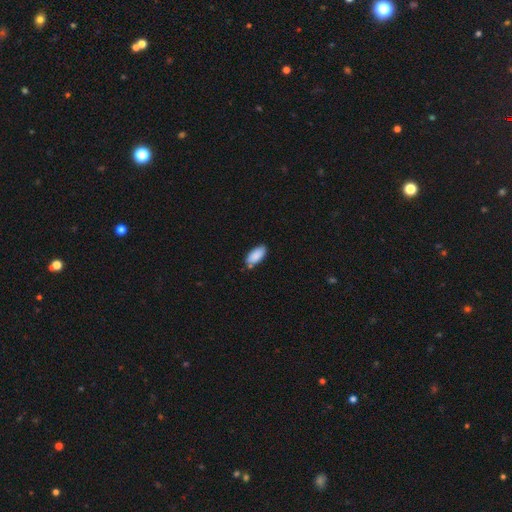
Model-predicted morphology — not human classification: Smooth or featured? Predicted: smooth (p=0.88). How rounded? Predicted: in between (p=0.90). Merging? Predicted: none (p=0.74).